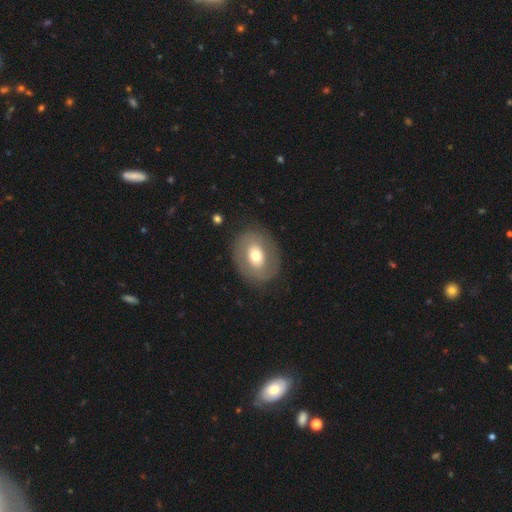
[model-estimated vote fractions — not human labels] Smooth or featured: smooth — 52% (featured or disk — 41%)
How rounded: in between — 53% (round — 46%)
Merging: none — 81% (minor disturbance — 12%)